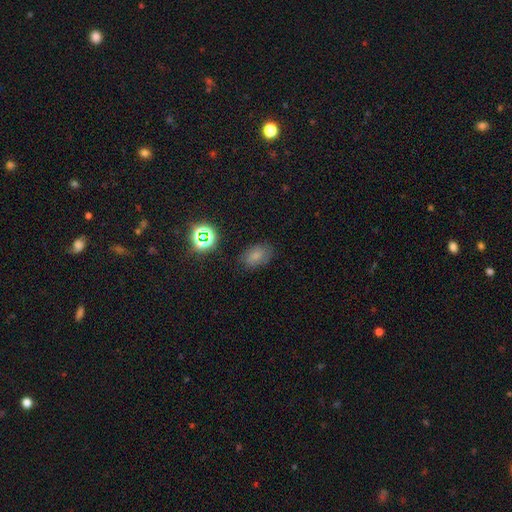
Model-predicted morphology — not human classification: smooth-or-featured: smooth: 72% | star or artifact: 18% | featured or disk: 10%
  how-rounded: in between: 85% | round: 14% | cigar-shaped: 1%
  merging: none: 75% | minor disturbance: 18% | major disturbance: 5% | merger: 2%